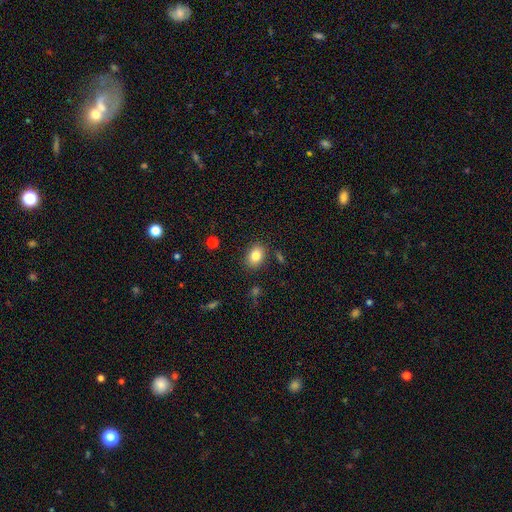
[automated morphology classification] Q: Smooth or featured?
A: smooth (82%); runner-up: star or artifact (9%)
Q: How rounded?
A: in between (73%); runner-up: round (26%)
Q: Merging?
A: none (86%); runner-up: minor disturbance (9%)